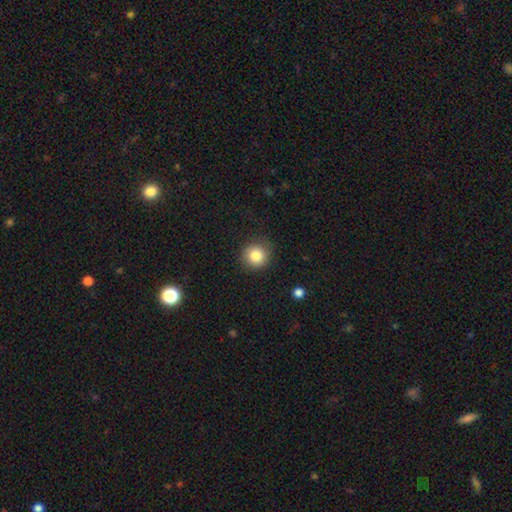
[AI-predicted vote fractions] Smooth or featured? smooth (83%)
How rounded? round (92%)
Merging? none (87%)